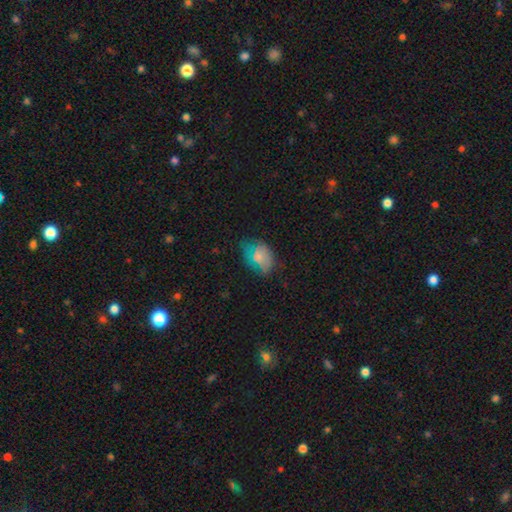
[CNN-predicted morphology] Smooth or featured: smooth — 65% (featured or disk — 20%)
How rounded: in between — 80% (round — 19%)
Merging: none — 52% (minor disturbance — 30%)